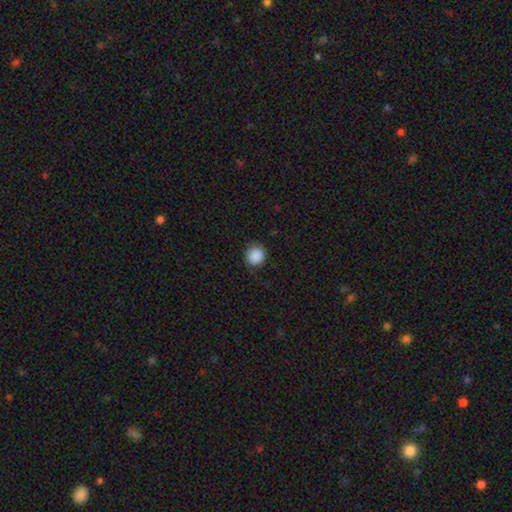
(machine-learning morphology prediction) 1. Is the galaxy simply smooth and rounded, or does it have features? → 88% smooth, 8% star or artifact, 3% featured or disk.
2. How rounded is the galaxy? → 88% round, 11% in between, 1% cigar-shaped.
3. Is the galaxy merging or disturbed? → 84% none, 12% minor disturbance, 3% major disturbance, 1% merger.